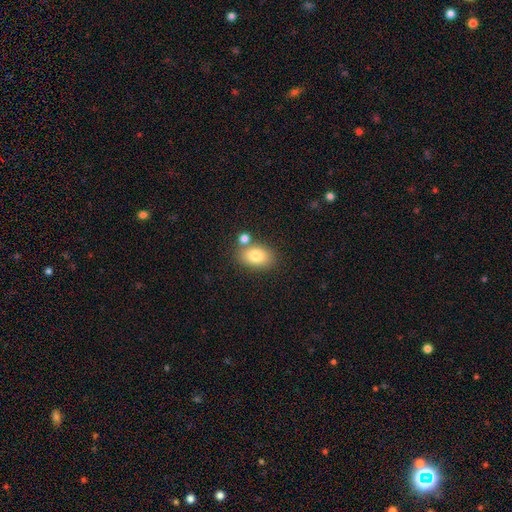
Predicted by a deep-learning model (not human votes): Smooth or featured: smooth — 81% (featured or disk — 11%)
How rounded: in between — 81% (round — 18%)
Merging: none — 68% (merger — 17%)